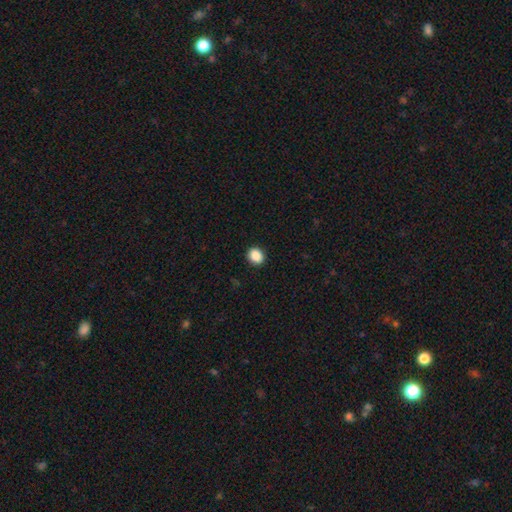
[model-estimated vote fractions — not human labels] Q: Smooth or featured?
A: smooth (89%); runner-up: star or artifact (9%)
Q: How rounded?
A: round (55%); runner-up: in between (44%)
Q: Merging?
A: none (91%); runner-up: minor disturbance (6%)